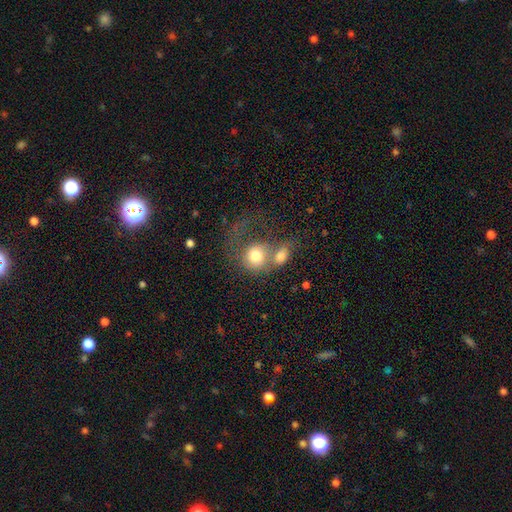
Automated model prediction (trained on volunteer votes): Morphology: type=smooth (71%); roundness=round (74%); merging=merger (58%).